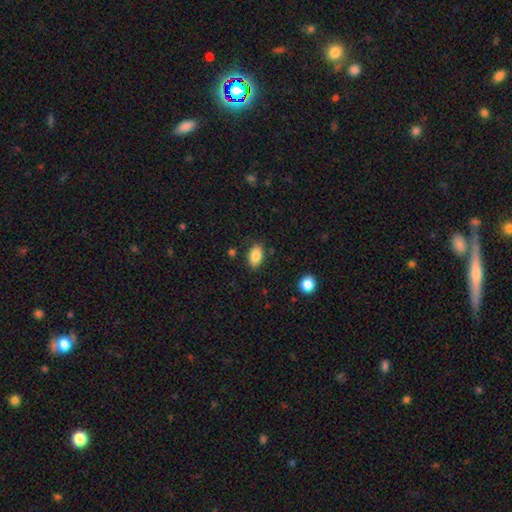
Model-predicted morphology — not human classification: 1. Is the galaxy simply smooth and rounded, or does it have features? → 87% smooth, 8% star or artifact, 5% featured or disk.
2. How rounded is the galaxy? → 90% in between, 9% round, 2% cigar-shaped.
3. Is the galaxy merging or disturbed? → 83% none, 12% minor disturbance, 3% major disturbance, 2% merger.